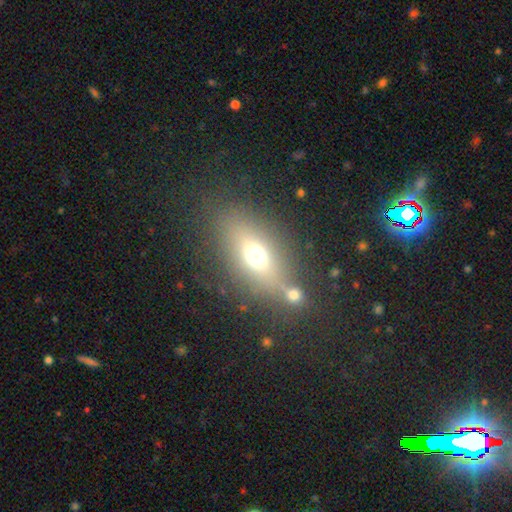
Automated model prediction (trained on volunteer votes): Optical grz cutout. It shows a smooth galaxy with no disk features (60%) that is in between round and cigar-shaped (70%). Merging: none (63%).